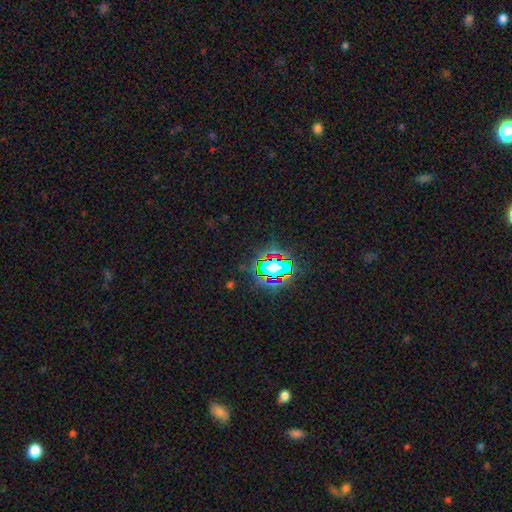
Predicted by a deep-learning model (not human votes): Smooth or featured? Predicted: star or artifact (p=0.67).